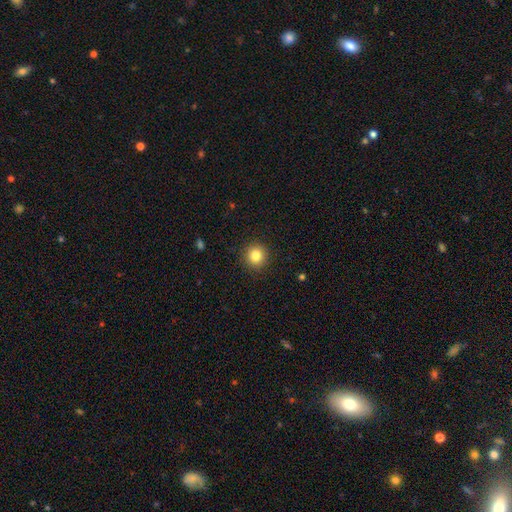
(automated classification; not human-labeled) Smooth or featured? smooth (83%)
How rounded? round (94%)
Merging? none (92%)